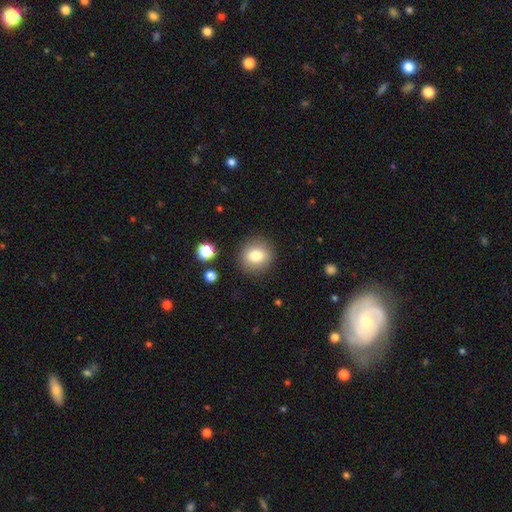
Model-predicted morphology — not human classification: Q: Smooth or featured?
A: smooth (80%); runner-up: featured or disk (11%)
Q: How rounded?
A: round (82%); runner-up: in between (17%)
Q: Merging?
A: none (88%); runner-up: minor disturbance (8%)